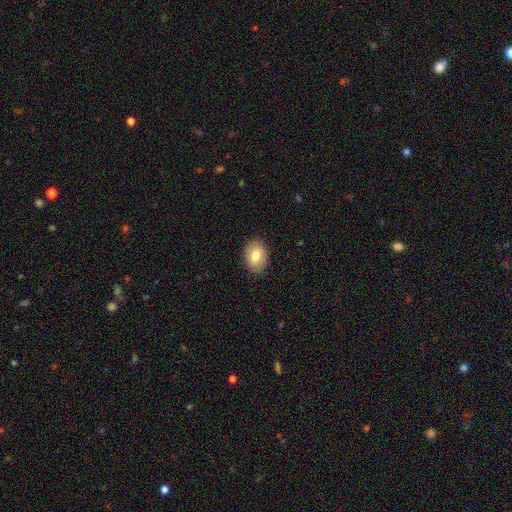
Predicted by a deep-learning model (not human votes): Smooth or featured? smooth (81%)
How rounded? in between (74%)
Merging? none (88%)